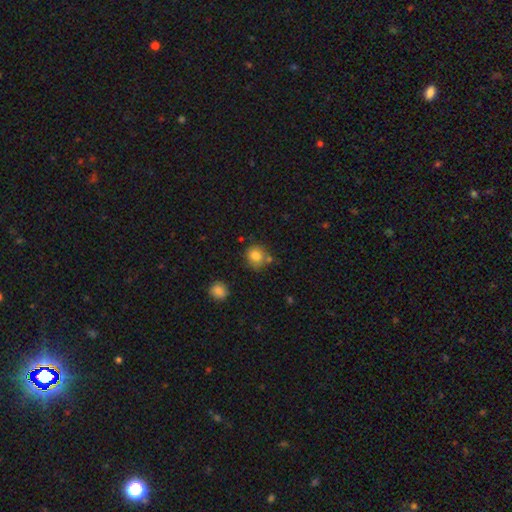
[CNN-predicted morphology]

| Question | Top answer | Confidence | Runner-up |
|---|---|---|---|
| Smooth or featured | smooth | 81% | star or artifact (10%) |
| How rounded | round | 84% | in between (15%) |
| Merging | none | 68% | minor disturbance (16%) |